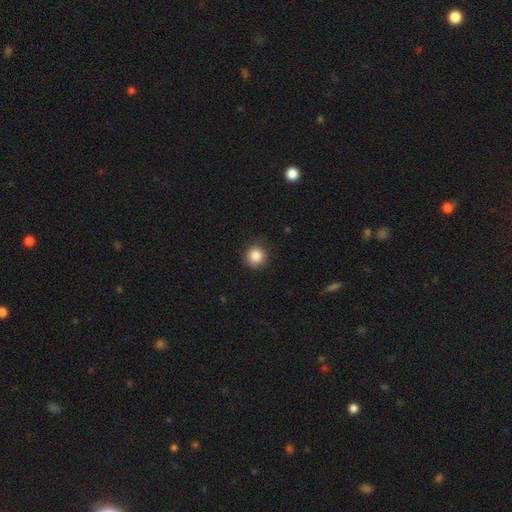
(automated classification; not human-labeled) smooth-or-featured: smooth: 85% | star or artifact: 10% | featured or disk: 5%
  how-rounded: round: 93% | in between: 6% | cigar-shaped: 1%
  merging: none: 87% | minor disturbance: 10% | major disturbance: 3% | merger: 1%